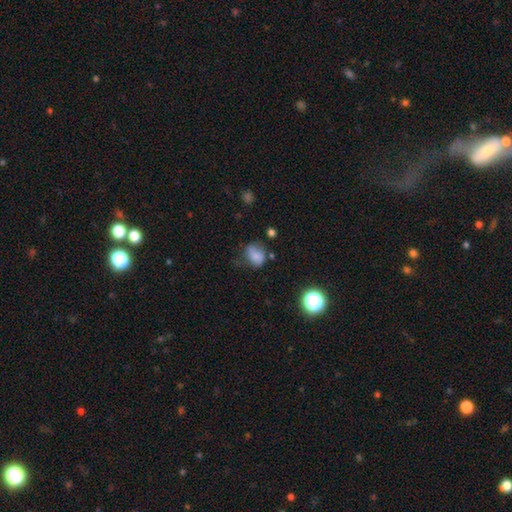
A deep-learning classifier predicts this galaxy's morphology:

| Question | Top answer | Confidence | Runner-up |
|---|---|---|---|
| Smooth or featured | smooth | 74% | featured or disk (14%) |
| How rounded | in between | 57% | round (41%) |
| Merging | none | 49% | minor disturbance (34%) |